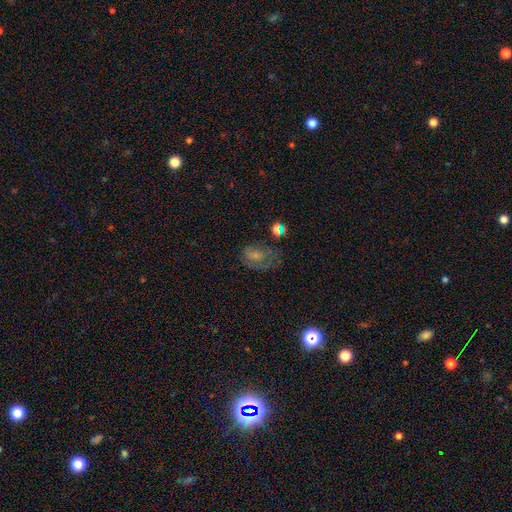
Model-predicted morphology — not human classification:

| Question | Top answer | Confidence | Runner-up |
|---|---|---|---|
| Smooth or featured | smooth | 52% | featured or disk (32%) |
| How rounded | in between | 75% | round (23%) |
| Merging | none | 37% | major disturbance (32%) |